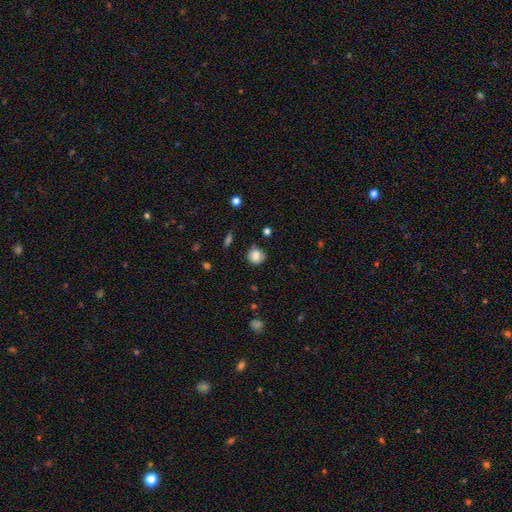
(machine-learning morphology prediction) Smooth or featured: smooth — 82% (star or artifact — 10%)
How rounded: round — 82% (in between — 17%)
Merging: none — 76% (minor disturbance — 18%)